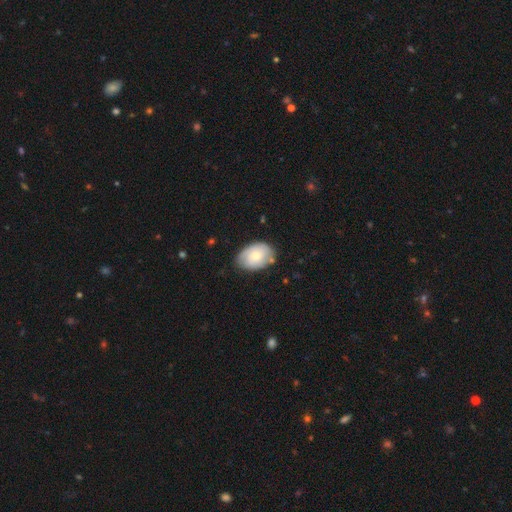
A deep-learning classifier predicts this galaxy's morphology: This appears to be a smooth galaxy with no disk features (61%) that is in between round and cigar-shaped (83%). Merging: none (70%).